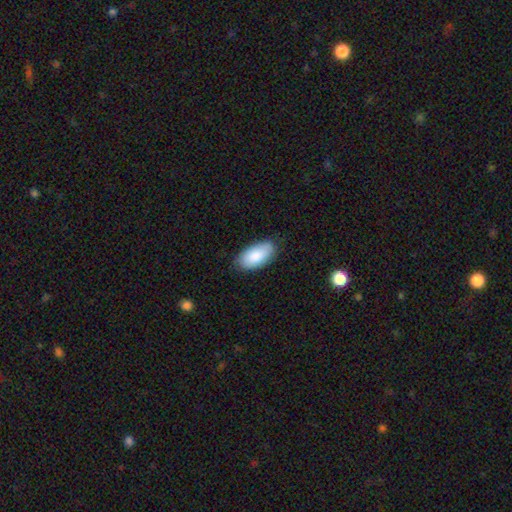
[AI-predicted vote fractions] smooth_or_featured: smooth (p=0.86) [alt: featured or disk p=0.08]
how_rounded: in between (p=0.94) [alt: cigar-shaped p=0.04]
merging: none (p=0.81) [alt: minor disturbance p=0.16]